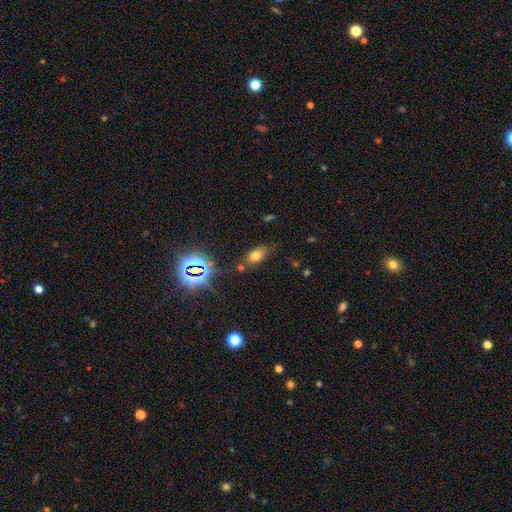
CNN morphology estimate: A smooth galaxy with no disk features (65%) that is in between round and cigar-shaped (84%).

Vote fractions:
- Smooth or featured? smooth: 65% / star or artifact: 23% / featured or disk: 12%
- How rounded? in between: 84% / round: 11% / cigar-shaped: 5%
- Merging? none: 71% / minor disturbance: 16% / merger: 8% / major disturbance: 5%